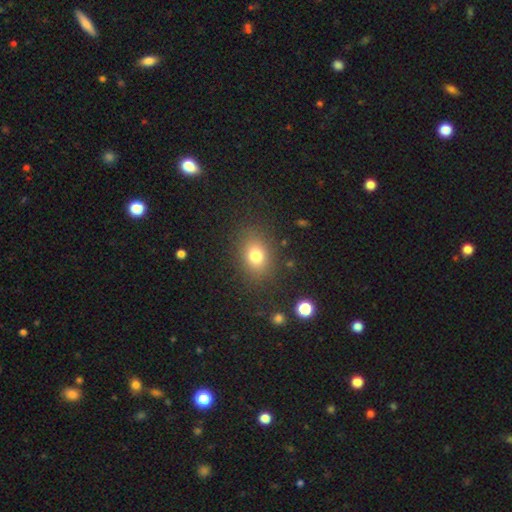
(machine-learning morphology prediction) Q: Smooth or featured?
A: smooth (76%); runner-up: star or artifact (14%)
Q: How rounded?
A: in between (59%); runner-up: round (39%)
Q: Merging?
A: none (84%); runner-up: minor disturbance (10%)